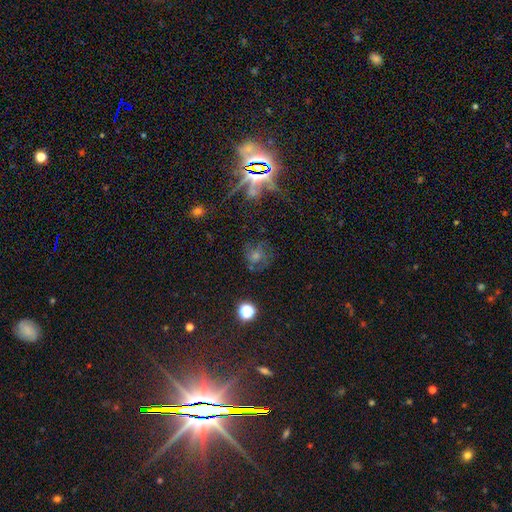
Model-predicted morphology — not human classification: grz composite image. It shows a star or artifact, not a galaxy (45%).